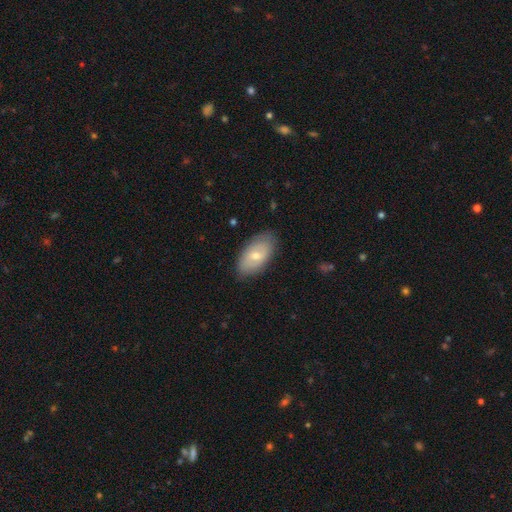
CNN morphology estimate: Smooth or featured?
  - smooth: 61% *
  - featured or disk: 33%
  - star or artifact: 6%
How rounded?
  - in between: 94% *
  - round: 4%
  - cigar-shaped: 3%
Merging?
  - none: 81% *
  - minor disturbance: 15%
  - major disturbance: 3%
  - merger: 1%